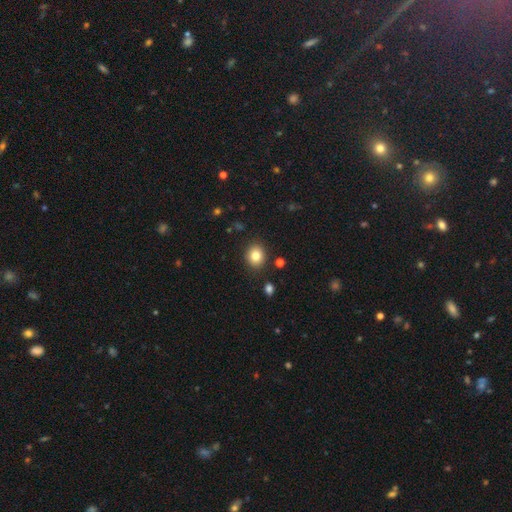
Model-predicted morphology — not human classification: smooth-or-featured: smooth: 81% | star or artifact: 11% | featured or disk: 8%
  how-rounded: round: 69% | in between: 30% | cigar-shaped: 1%
  merging: none: 88% | minor disturbance: 8% | major disturbance: 2% | merger: 2%